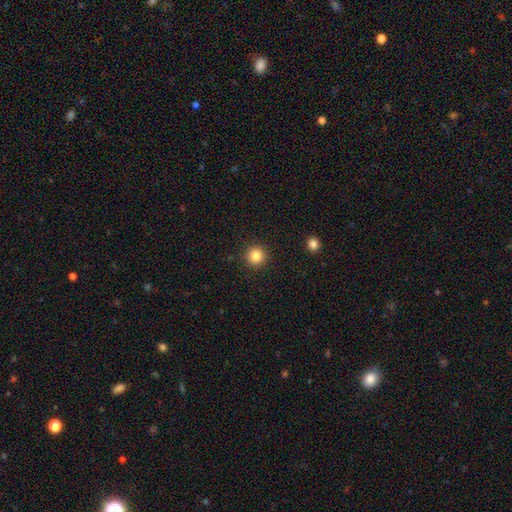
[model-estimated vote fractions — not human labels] A smooth galaxy with no disk features (84%) that is round (95%).

Vote fractions:
- Smooth or featured? smooth: 84% / star or artifact: 11% / featured or disk: 5%
- How rounded? round: 95% / in between: 4% / cigar-shaped: 1%
- Merging? none: 92% / minor disturbance: 5% / major disturbance: 2% / merger: 1%